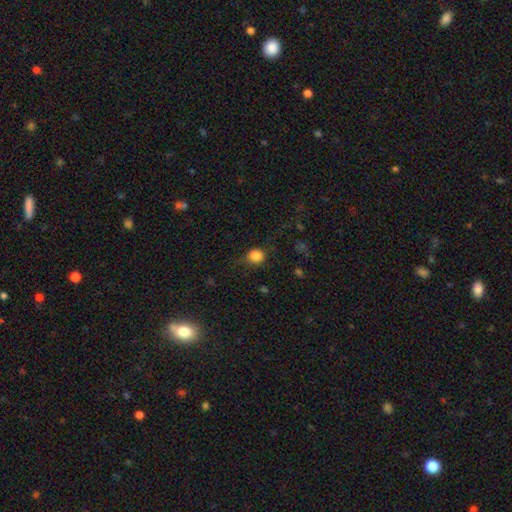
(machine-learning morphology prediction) Smooth or featured?
  - smooth: 83% *
  - star or artifact: 11%
  - featured or disk: 5%
How rounded?
  - round: 76% *
  - in between: 23%
  - cigar-shaped: 1%
Merging?
  - none: 67% *
  - minor disturbance: 22%
  - major disturbance: 9%
  - merger: 2%